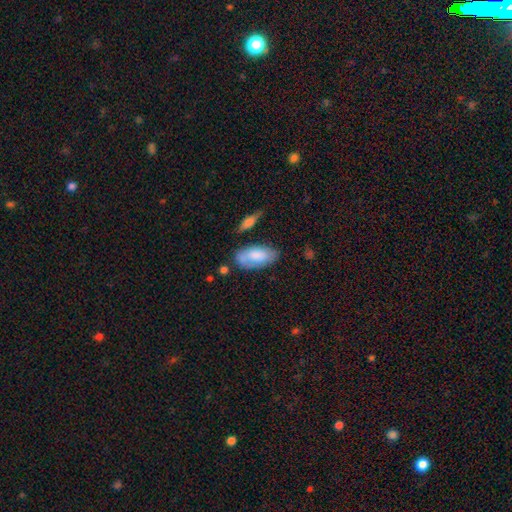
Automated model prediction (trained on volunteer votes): Smooth or featured?
  - smooth: 74% *
  - featured or disk: 20%
  - star or artifact: 6%
How rounded?
  - in between: 92% *
  - cigar-shaped: 6%
  - round: 2%
Merging?
  - none: 62% *
  - minor disturbance: 24%
  - merger: 7%
  - major disturbance: 7%